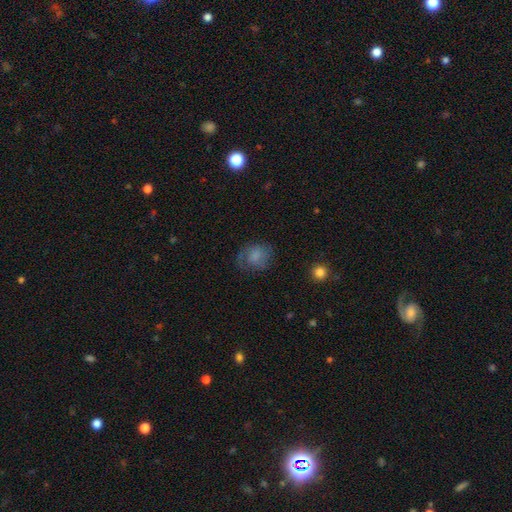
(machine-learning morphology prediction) A smooth galaxy with no disk features (66%) that is round (54%).

Vote fractions:
- Smooth or featured? smooth: 66% / featured or disk: 24% / star or artifact: 10%
- How rounded? round: 54% / in between: 45% / cigar-shaped: 1%
- Merging? none: 59% / minor disturbance: 24% / major disturbance: 16% / merger: 2%